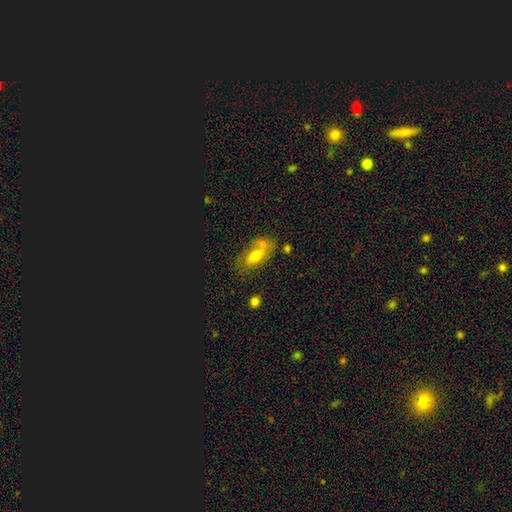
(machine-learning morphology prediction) This is possibly a smooth galaxy (57%). How rounded: clearly in between (81%). Merging: possibly none (48%).